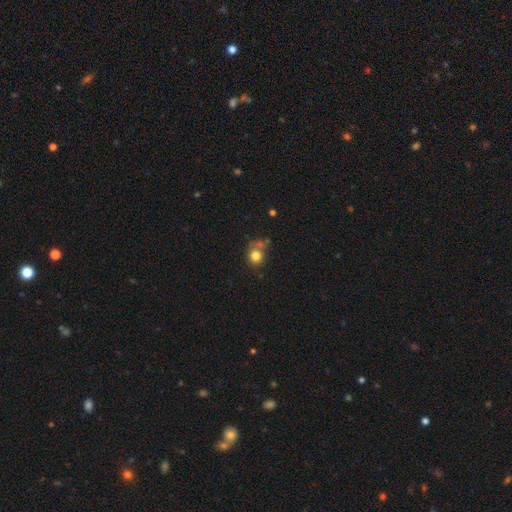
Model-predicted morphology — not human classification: smooth-or-featured: smooth: 78% | star or artifact: 12% | featured or disk: 10%
  how-rounded: round: 78% | in between: 21% | cigar-shaped: 1%
  merging: none: 51% | merger: 20% | minor disturbance: 19% | major disturbance: 10%